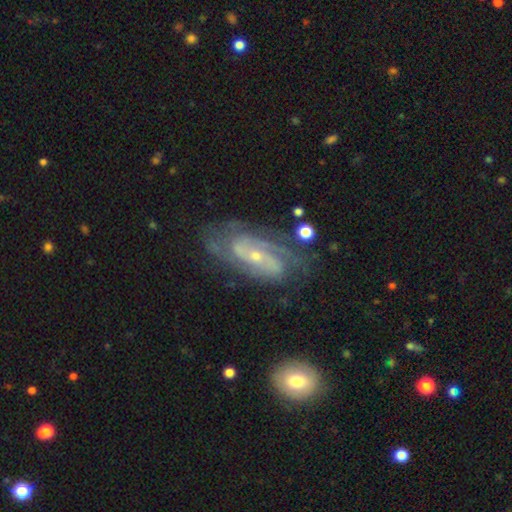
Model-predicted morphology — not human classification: The model was most divided on "spiral winding": tight: 46%, medium: 42%, loose: 12%. Remaining: spiral arms — yes (95%); edge-on disk — no (94%); smooth or featured — featured or disk (86%); bulge size — small (68%); merging — none (68%); spiral arm count — 2 (51%); bar — no (49%).